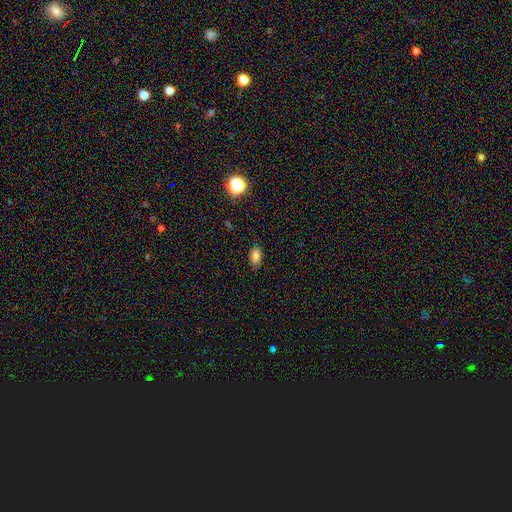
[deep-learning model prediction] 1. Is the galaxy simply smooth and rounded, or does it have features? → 81% smooth, 12% star or artifact, 8% featured or disk.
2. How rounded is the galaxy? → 88% in between, 9% round, 3% cigar-shaped.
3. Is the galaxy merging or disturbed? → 83% none, 13% minor disturbance, 3% major disturbance, 1% merger.